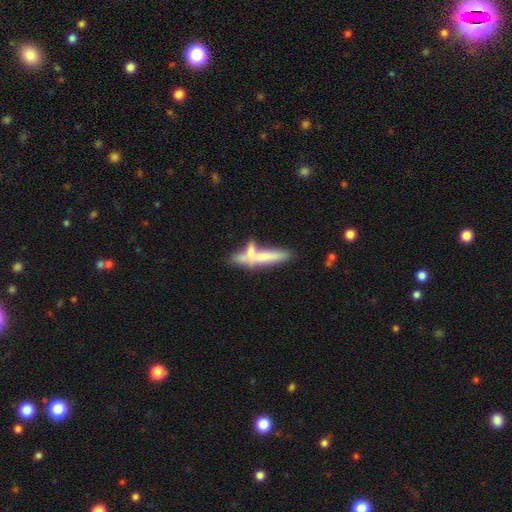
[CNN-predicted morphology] The model was most divided on "smooth or featured": smooth: 52%, featured or disk: 40%, star or artifact: 9%. Remaining: how rounded — cigar-shaped (83%); merging — none (47%).